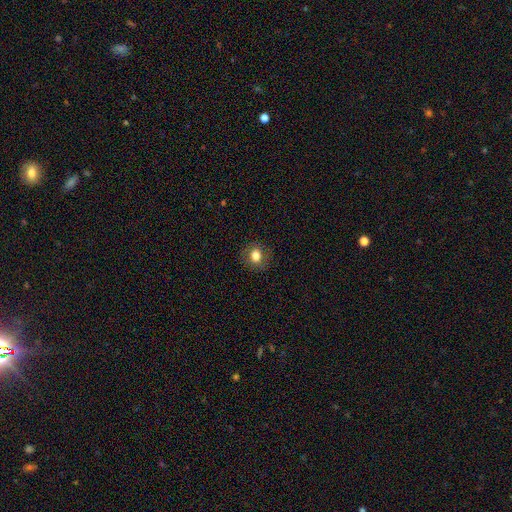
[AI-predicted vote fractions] Q: Smooth or featured?
A: smooth (78%); runner-up: featured or disk (12%)
Q: How rounded?
A: round (71%); runner-up: in between (28%)
Q: Merging?
A: none (87%); runner-up: minor disturbance (9%)